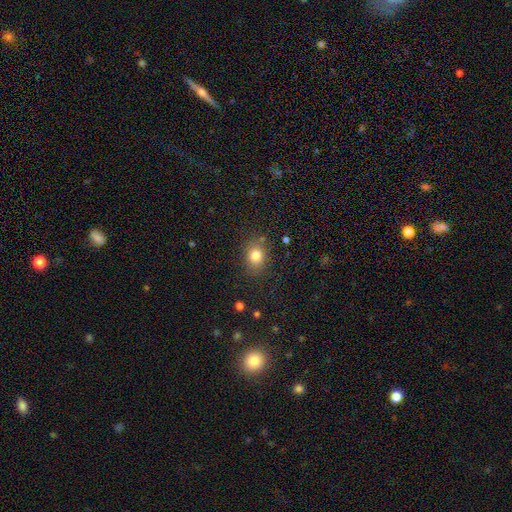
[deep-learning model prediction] smooth_or_featured: smooth (p=0.81) [alt: star or artifact p=0.12]
how_rounded: round (p=0.50) [alt: in between p=0.48]
merging: none (p=0.80) [alt: minor disturbance p=0.13]